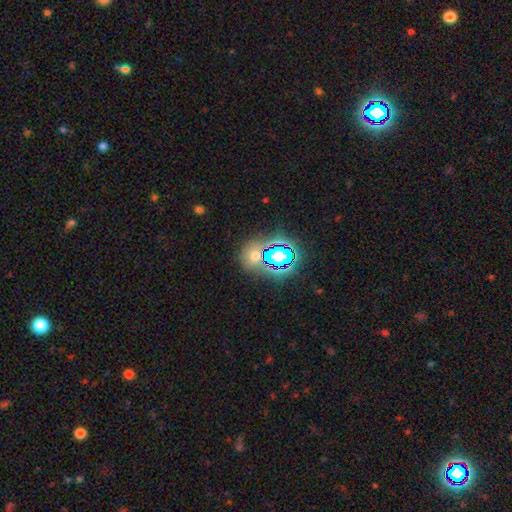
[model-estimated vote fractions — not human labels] Smooth or featured: star or artifact — 48% (smooth — 41%)